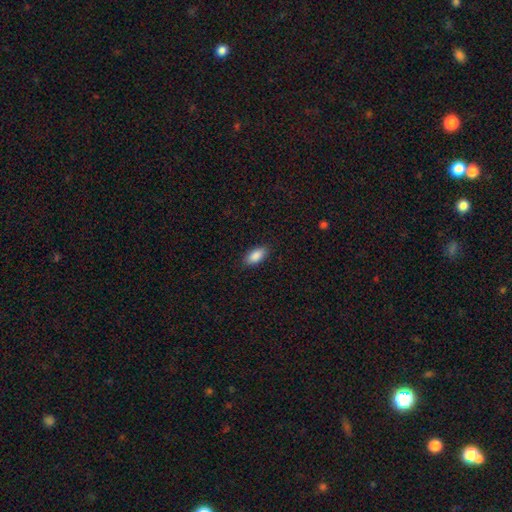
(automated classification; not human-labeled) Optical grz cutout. It shows a smooth galaxy with no disk features (89%) that is in between round and cigar-shaped (90%). Merging: none (88%).